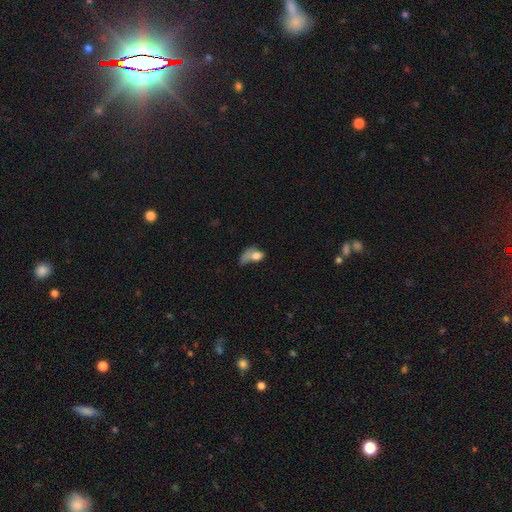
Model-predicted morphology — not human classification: Smooth or featured?
  - smooth: 66% *
  - featured or disk: 23%
  - star or artifact: 11%
How rounded?
  - in between: 77% *
  - round: 19%
  - cigar-shaped: 4%
Merging?
  - major disturbance: 52% *
  - minor disturbance: 19%
  - none: 15%
  - merger: 13%